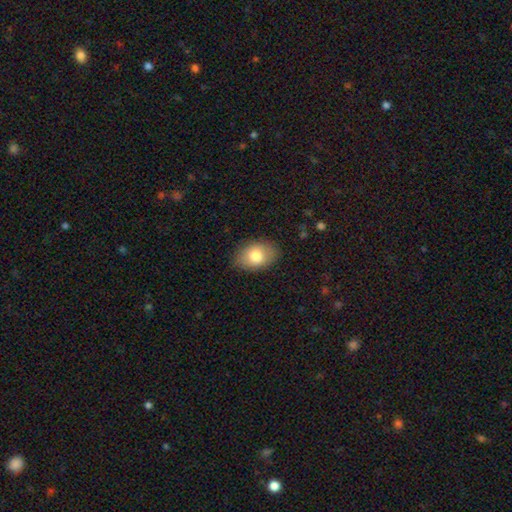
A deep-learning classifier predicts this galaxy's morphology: This is likely a smooth galaxy (80%). How rounded: clearly in between (82%). Merging: clearly none (84%).